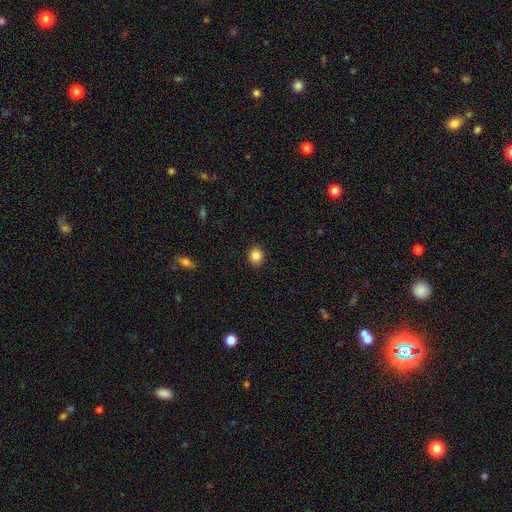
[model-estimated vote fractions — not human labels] A smooth galaxy with no disk features (85%) that is round (71%).

Vote fractions:
- Smooth or featured? smooth: 85% / star or artifact: 10% / featured or disk: 5%
- How rounded? round: 71% / in between: 28% / cigar-shaped: 1%
- Merging? none: 91% / minor disturbance: 6% / major disturbance: 2% / merger: 1%